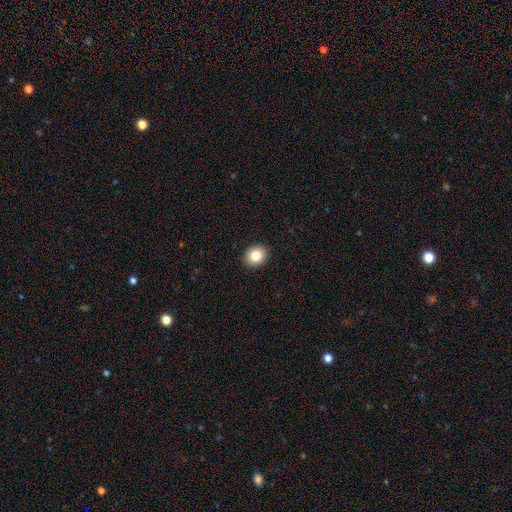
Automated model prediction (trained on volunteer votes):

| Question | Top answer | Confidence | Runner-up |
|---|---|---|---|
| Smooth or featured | smooth | 83% | star or artifact (9%) |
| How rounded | round | 70% | in between (29%) |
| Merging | none | 92% | minor disturbance (5%) |